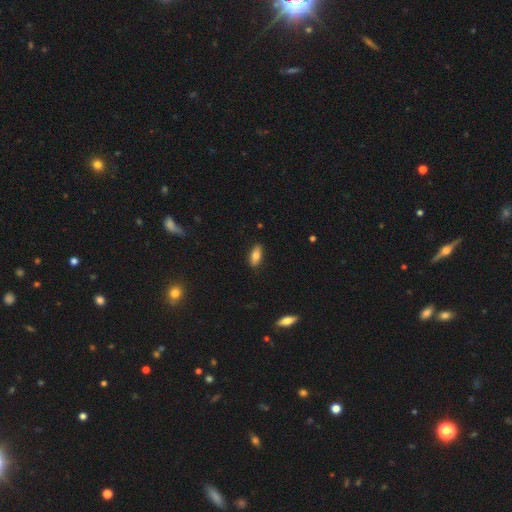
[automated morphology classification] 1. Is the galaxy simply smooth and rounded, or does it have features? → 80% smooth, 12% featured or disk, 7% star or artifact.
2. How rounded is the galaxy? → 83% in between, 14% cigar-shaped, 3% round.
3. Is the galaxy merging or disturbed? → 85% none, 12% minor disturbance, 2% major disturbance, 1% merger.